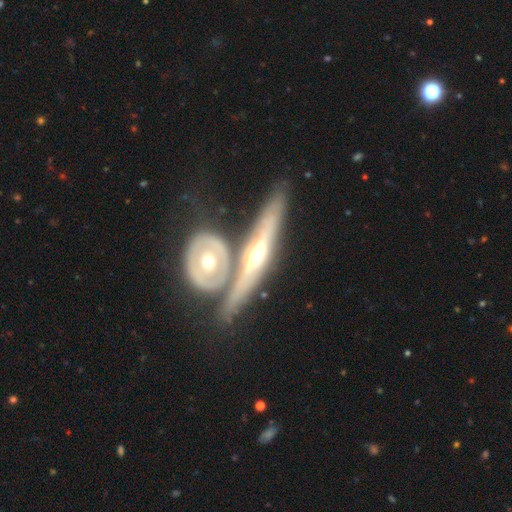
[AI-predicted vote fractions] Morphology: type=featured or disk (77%); edge-on=yes (80%); edge-on bulge=rounded (86%); merging=none (60%).